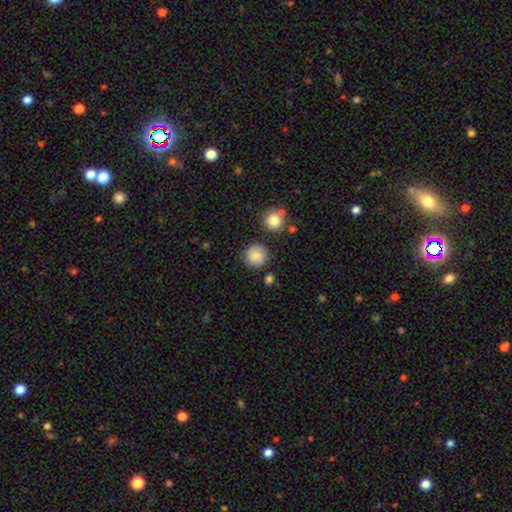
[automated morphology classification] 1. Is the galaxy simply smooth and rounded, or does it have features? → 82% smooth, 10% featured or disk, 8% star or artifact.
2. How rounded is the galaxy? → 93% round, 6% in between, 1% cigar-shaped.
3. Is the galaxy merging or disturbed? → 83% none, 10% minor disturbance, 4% merger, 3% major disturbance.